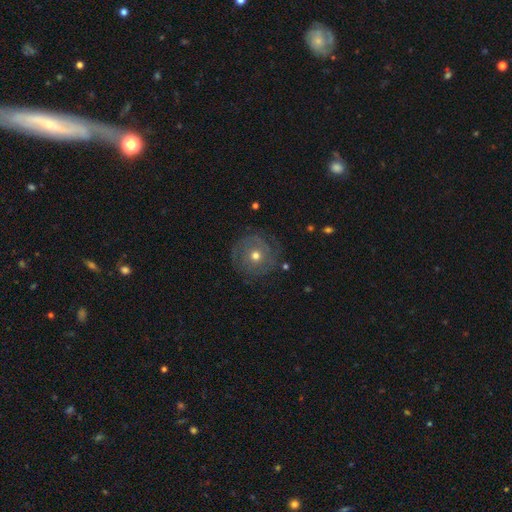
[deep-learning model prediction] Smooth or featured? Predicted: featured or disk (p=0.62). Edge-on disk? Predicted: no (p=0.97). Bar? Predicted: no (p=0.86). Spiral arms? Predicted: yes (p=0.69). Bulge size? Predicted: moderate (p=0.70). Merging? Predicted: none (p=0.77).